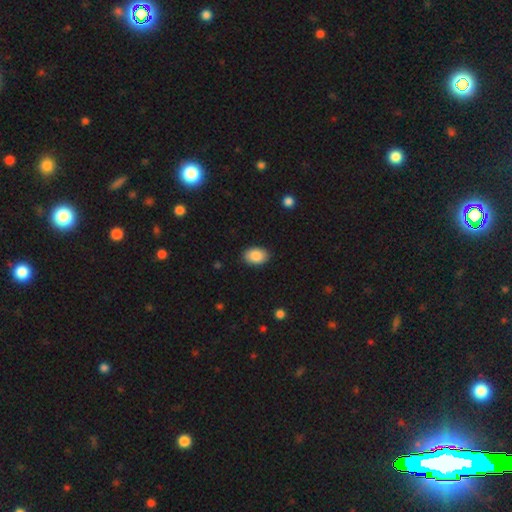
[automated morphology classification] smooth 87%, star or artifact 7%, featured or disk 6%. Down the decision tree: how rounded — in between (84%); merging — none (88%).